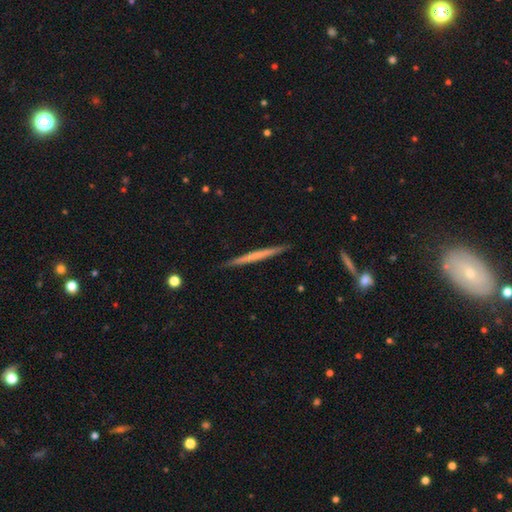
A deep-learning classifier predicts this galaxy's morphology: Q: Smooth or featured?
A: featured or disk (48%); runner-up: smooth (47%)
Q: Merging?
A: none (90%); runner-up: minor disturbance (7%)